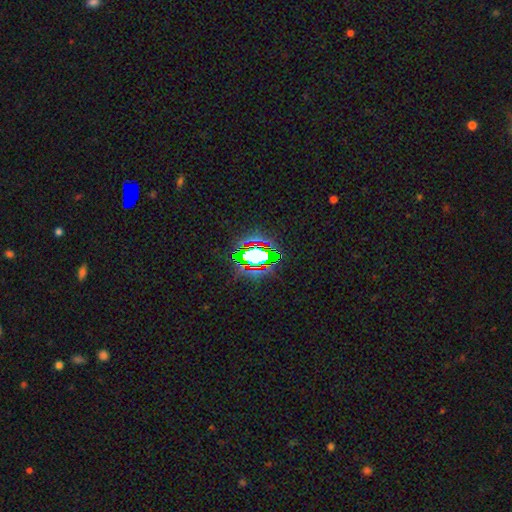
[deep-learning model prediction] Morphology: type=star or artifact (63%).